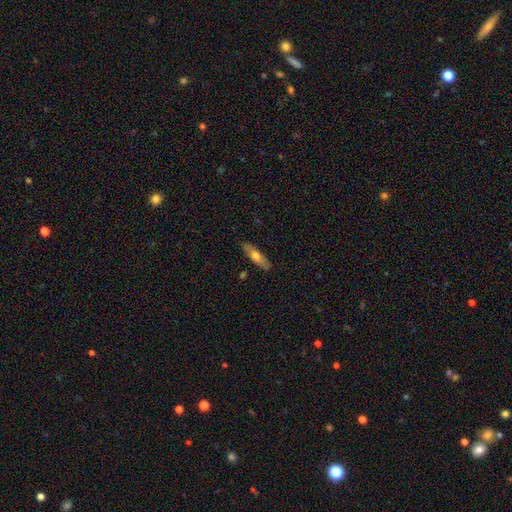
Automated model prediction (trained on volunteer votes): Morphology: type=smooth (60%); roundness=cigar-shaped (61%); merging=none (87%).